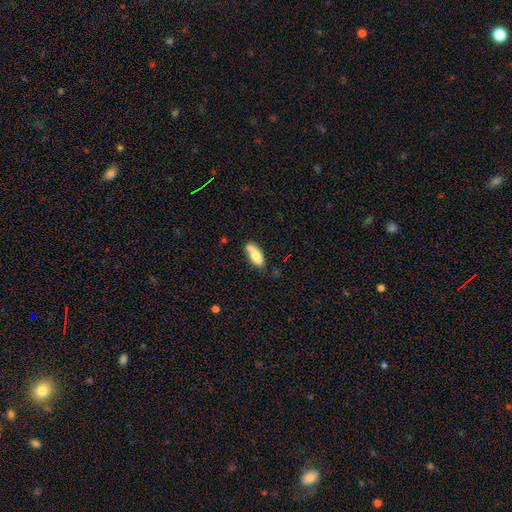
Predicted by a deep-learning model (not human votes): This appears to be a smooth galaxy with no disk features (72%) that is in between round and cigar-shaped (80%). Merging: none (60%).